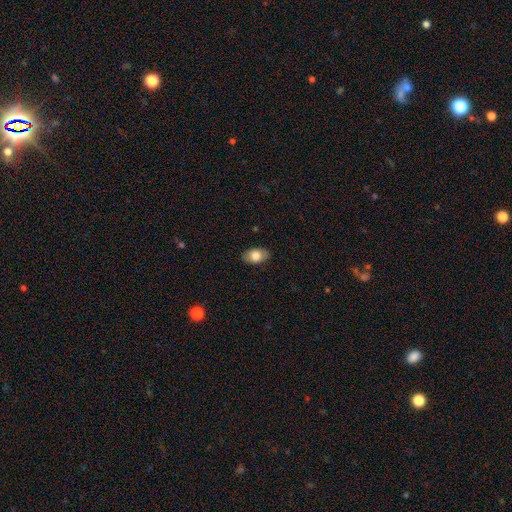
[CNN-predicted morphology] Smooth or featured: smooth — 79% (featured or disk — 14%)
How rounded: in between — 90% (round — 9%)
Merging: none — 87% (minor disturbance — 10%)